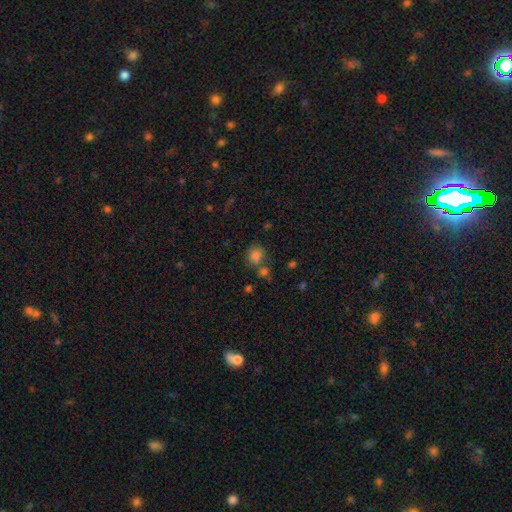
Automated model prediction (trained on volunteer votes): Smooth or featured: smooth — 81% (star or artifact — 13%)
How rounded: round — 77% (in between — 22%)
Merging: none — 63% (merger — 21%)